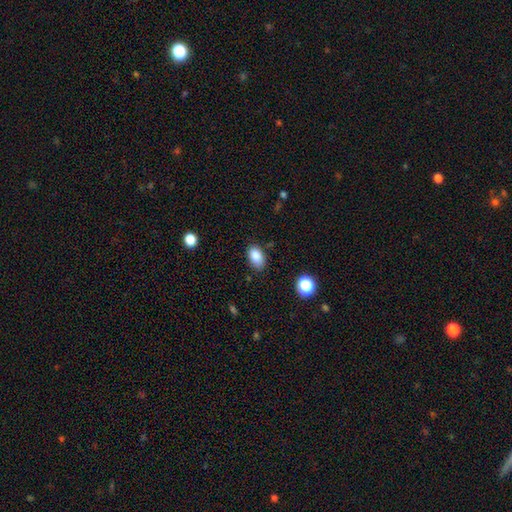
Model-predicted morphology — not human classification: Smooth or featured?
  - smooth: 86% *
  - star or artifact: 9%
  - featured or disk: 5%
How rounded?
  - in between: 89% *
  - round: 10%
  - cigar-shaped: 1%
Merging?
  - none: 80% *
  - minor disturbance: 15%
  - major disturbance: 3%
  - merger: 2%